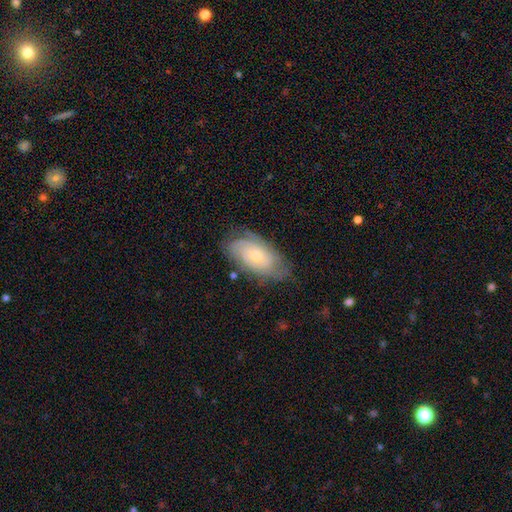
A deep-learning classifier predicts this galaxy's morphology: featured or disk 71%, smooth 23%, star or artifact 6%. Down the decision tree: edge-on disk — no (93%); bar — no (77%); spiral arms — yes (89%); spiral arm count — can't tell (45%); spiral winding — tight (67%); bulge size — small (60%); merging — none (71%).